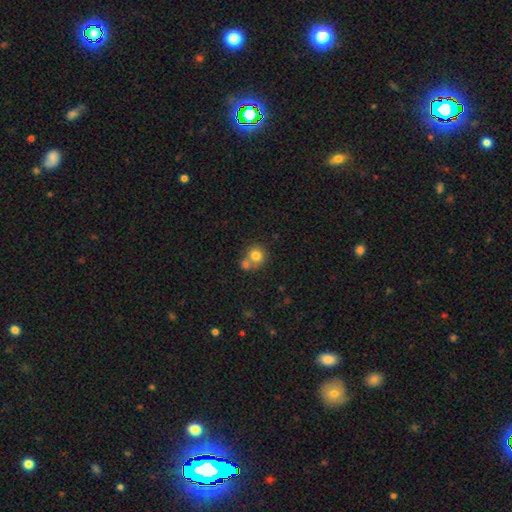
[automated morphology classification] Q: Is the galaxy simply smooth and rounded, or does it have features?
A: smooth — 79%.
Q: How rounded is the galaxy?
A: round — 87%.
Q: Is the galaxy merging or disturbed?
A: none — 49%.